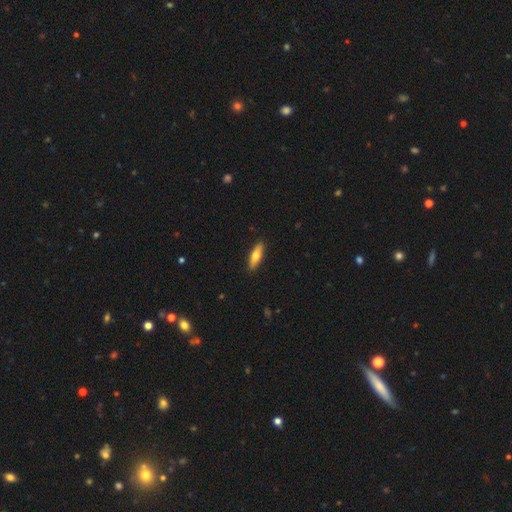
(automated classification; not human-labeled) Morphology: type=smooth (65%); roundness=cigar-shaped (58%); merging=none (90%).